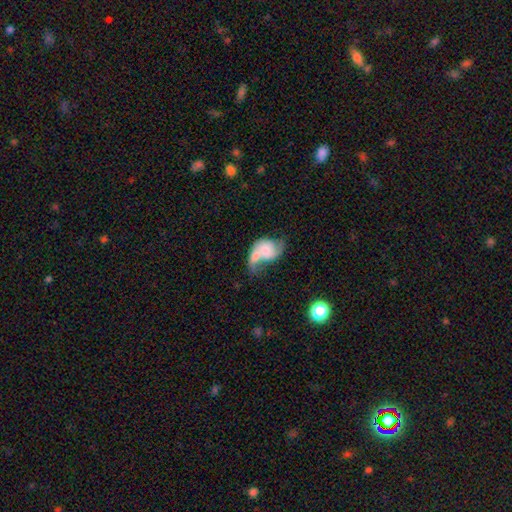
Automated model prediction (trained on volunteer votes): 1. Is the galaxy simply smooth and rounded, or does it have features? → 49% featured or disk, 43% smooth, 8% star or artifact.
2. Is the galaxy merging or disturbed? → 62% merger, 14% none, 14% major disturbance, 10% minor disturbance.